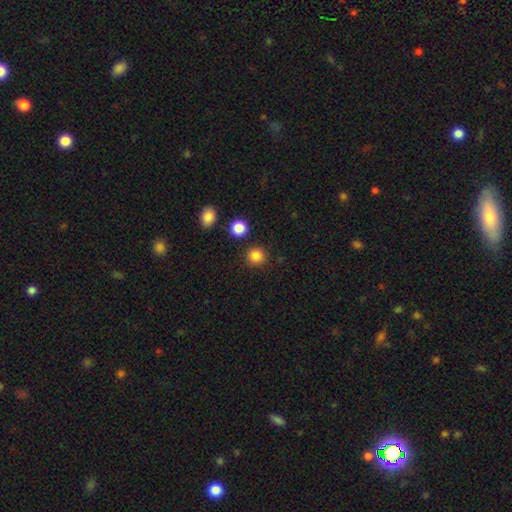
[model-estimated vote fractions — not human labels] A smooth galaxy with no disk features (85%) that is round (92%).

Vote fractions:
- Smooth or featured? smooth: 85% / star or artifact: 12% / featured or disk: 3%
- How rounded? round: 92% / in between: 7% / cigar-shaped: 1%
- Merging? none: 88% / minor disturbance: 7% / merger: 3% / major disturbance: 2%